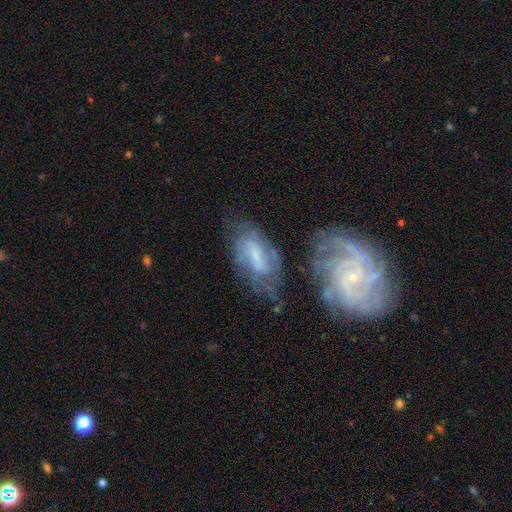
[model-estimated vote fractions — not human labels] Morphology: type=featured or disk (68%); edge-on=no (94%); bar=weak (45%); spiral arms=yes (85%); winding=tight (47%); arm count=can't tell (43%); bulge=small (48%); merging=none (46%).